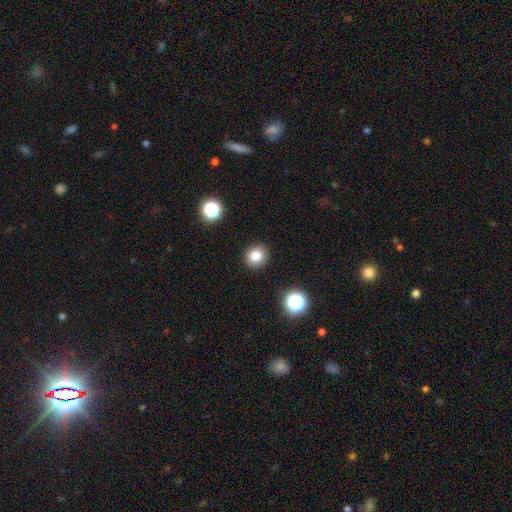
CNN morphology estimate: Overall: smooth (82%). How rounded: round (85%). Merging: none (91%).